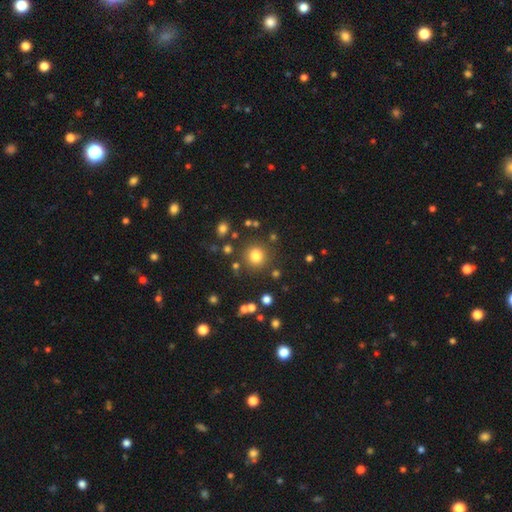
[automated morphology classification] Smooth or featured?
  - smooth: 79% *
  - star or artifact: 14%
  - featured or disk: 7%
How rounded?
  - round: 92% *
  - in between: 8%
  - cigar-shaped: 1%
Merging?
  - none: 84% *
  - minor disturbance: 8%
  - merger: 4%
  - major disturbance: 4%